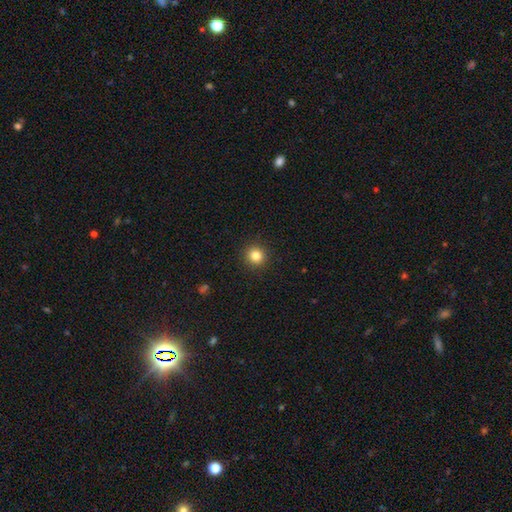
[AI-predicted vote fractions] Smooth or featured: smooth — 83% (star or artifact — 12%)
How rounded: round — 93% (in between — 6%)
Merging: none — 92% (minor disturbance — 5%)